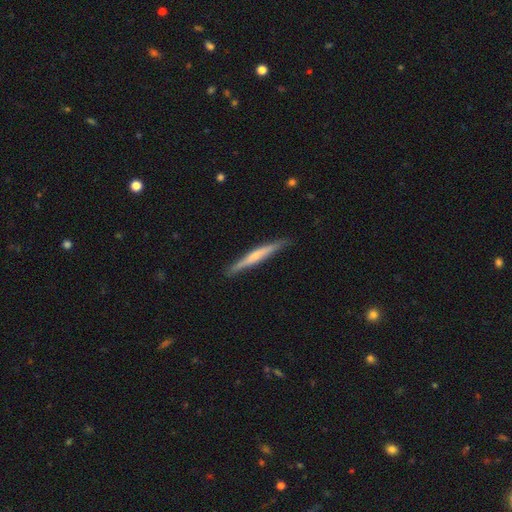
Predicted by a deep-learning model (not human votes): Morphology: type=featured or disk (57%); edge-on=yes (97%); edge-on bulge=rounded (54%); merging=none (88%).